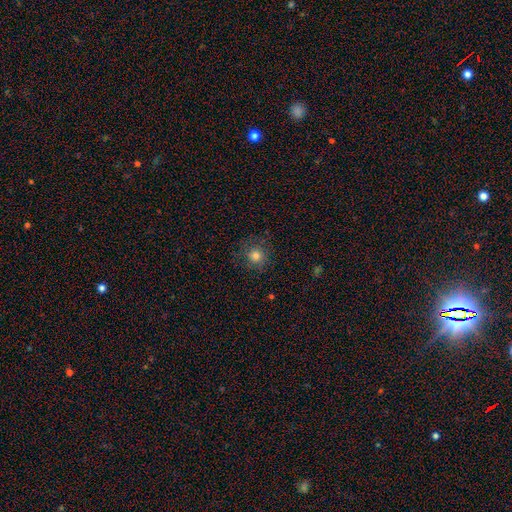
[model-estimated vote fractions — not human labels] Smooth or featured: smooth — 79% (star or artifact — 12%)
How rounded: round — 92% (in between — 7%)
Merging: none — 81% (minor disturbance — 13%)